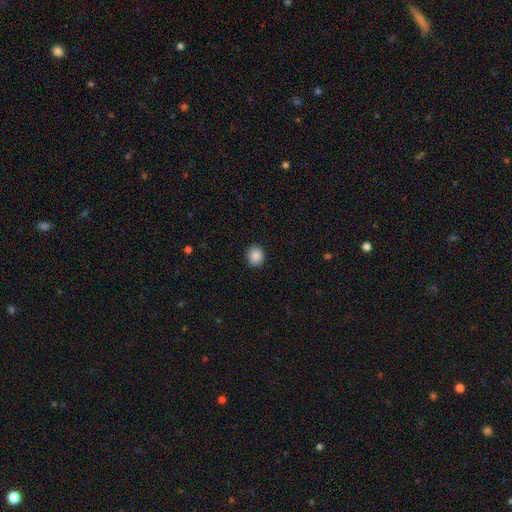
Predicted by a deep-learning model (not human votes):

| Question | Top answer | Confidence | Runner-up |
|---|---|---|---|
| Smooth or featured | smooth | 88% | star or artifact (9%) |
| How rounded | round | 78% | in between (21%) |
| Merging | none | 90% | minor disturbance (7%) |